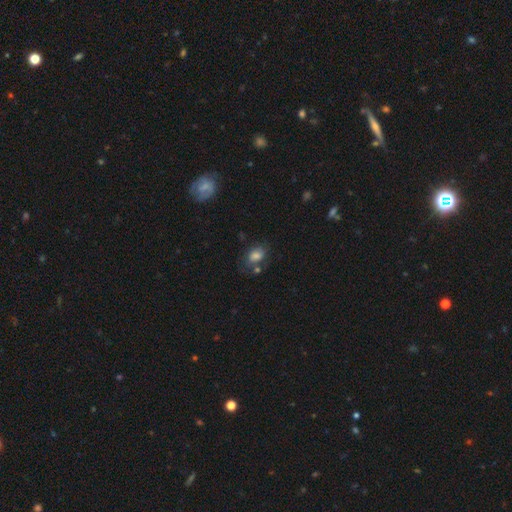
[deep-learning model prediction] Q: Smooth or featured?
A: smooth (71%); runner-up: featured or disk (17%)
Q: How rounded?
A: in between (76%); runner-up: round (23%)
Q: Merging?
A: none (56%); runner-up: minor disturbance (22%)